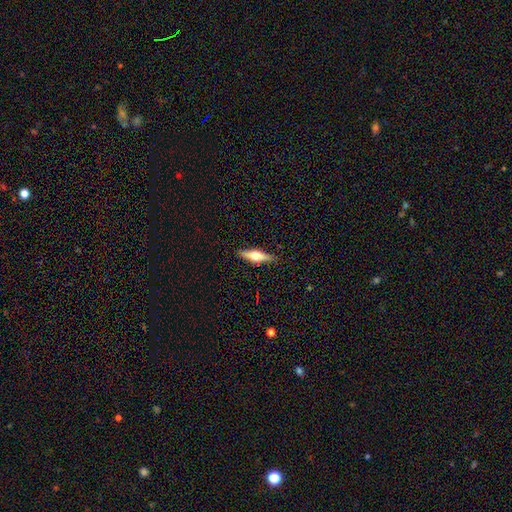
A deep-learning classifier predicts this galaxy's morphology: This appears to be a featured or disk galaxy (54%) viewed edge-on (94%) with a rounded central bulge (93%). Merging: none (88%).